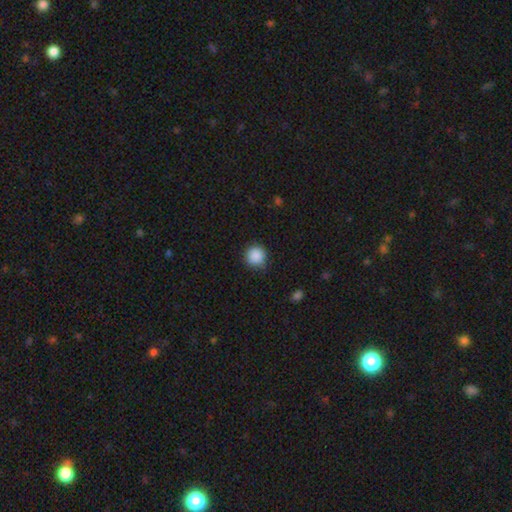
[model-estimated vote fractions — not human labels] smooth 88%, star or artifact 9%, featured or disk 3%. Down the decision tree: how rounded — round (94%); merging — none (86%).